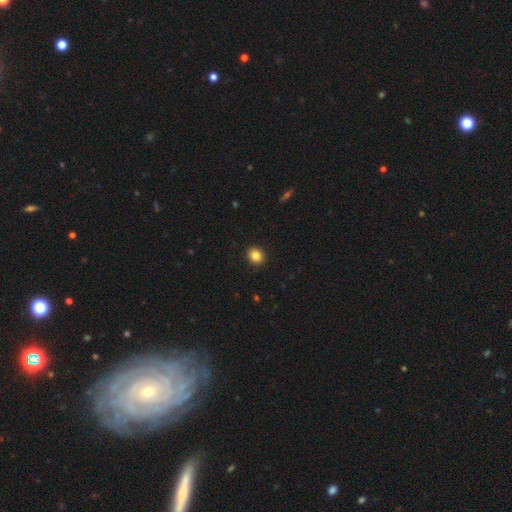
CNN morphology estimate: Smooth or featured: smooth — 85% (star or artifact — 10%)
How rounded: round — 76% (in between — 23%)
Merging: none — 92% (minor disturbance — 5%)